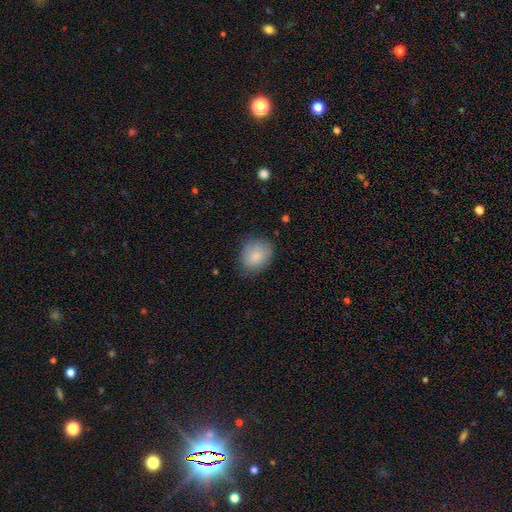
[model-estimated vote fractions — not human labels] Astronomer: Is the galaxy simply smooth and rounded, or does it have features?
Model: smooth — 83%.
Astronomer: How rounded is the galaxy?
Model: round — 59% (runner-up: in between, 40%).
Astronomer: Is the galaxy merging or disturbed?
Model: none — 76%.